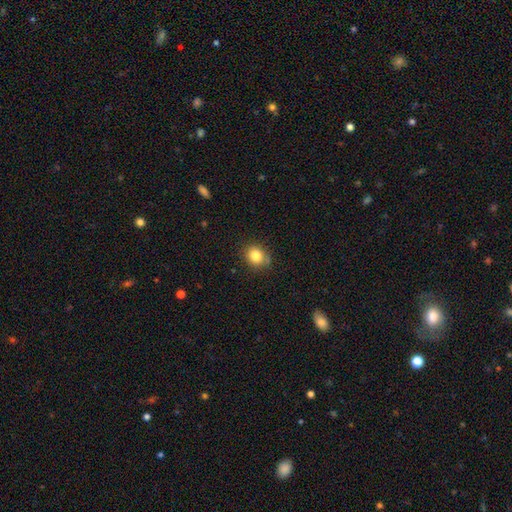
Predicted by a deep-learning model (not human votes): Q: Smooth or featured?
A: smooth (83%); runner-up: star or artifact (11%)
Q: How rounded?
A: round (70%); runner-up: in between (29%)
Q: Merging?
A: none (78%); runner-up: minor disturbance (16%)